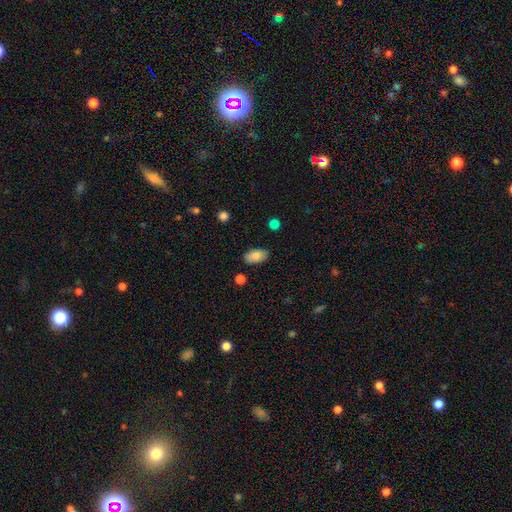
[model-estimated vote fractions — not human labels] Smooth or featured?
  - smooth: 82% *
  - featured or disk: 11%
  - star or artifact: 7%
How rounded?
  - in between: 94% *
  - round: 5%
  - cigar-shaped: 2%
Merging?
  - none: 84% *
  - minor disturbance: 12%
  - major disturbance: 2%
  - merger: 2%